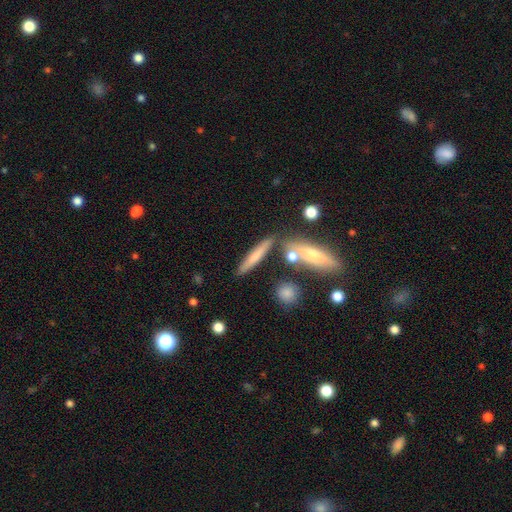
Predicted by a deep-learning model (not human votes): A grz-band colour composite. It shows a smooth galaxy with no disk features (63%) that is cigar-shaped (86%). Merging: none (76%).